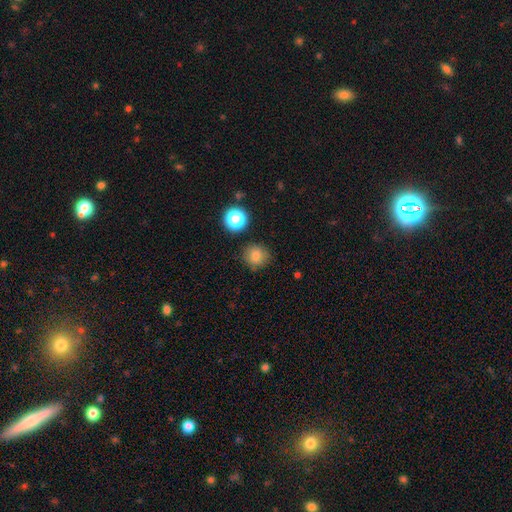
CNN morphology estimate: type=smooth (79%); roundness=round (90%); merging=none (85%).